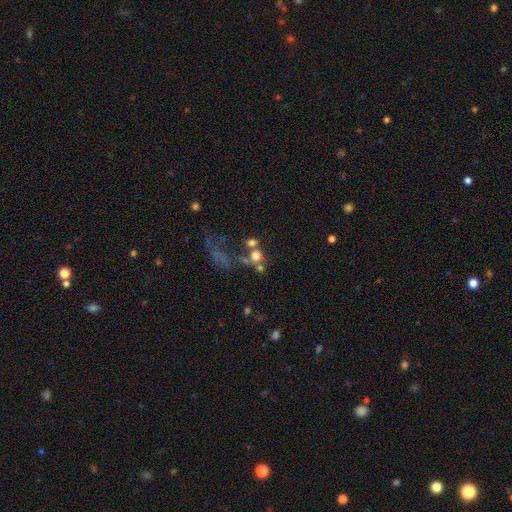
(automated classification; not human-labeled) smooth 64%, star or artifact 19%, featured or disk 17%. Down the decision tree: how rounded — round (76%); merging — merger (42%).